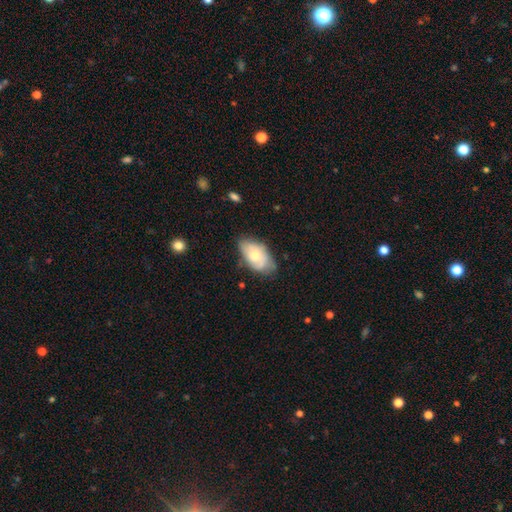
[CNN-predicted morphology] smooth-or-featured: smooth: 59% | featured or disk: 35% | star or artifact: 6%
  how-rounded: in between: 93% | round: 5% | cigar-shaped: 2%
  merging: none: 58% | minor disturbance: 33% | major disturbance: 7% | merger: 2%